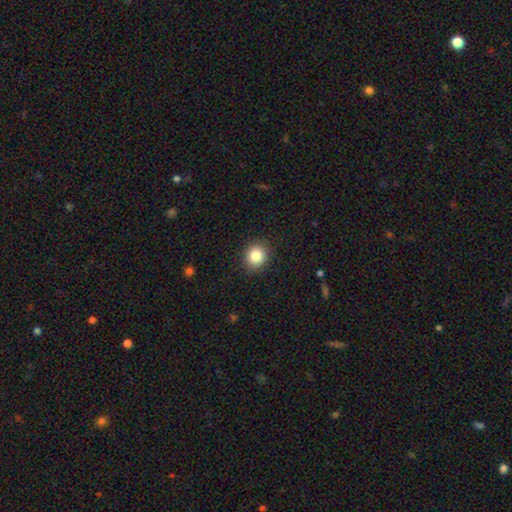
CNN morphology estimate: Q: Smooth or featured?
A: smooth (84%); runner-up: star or artifact (10%)
Q: How rounded?
A: round (83%); runner-up: in between (16%)
Q: Merging?
A: none (90%); runner-up: minor disturbance (7%)